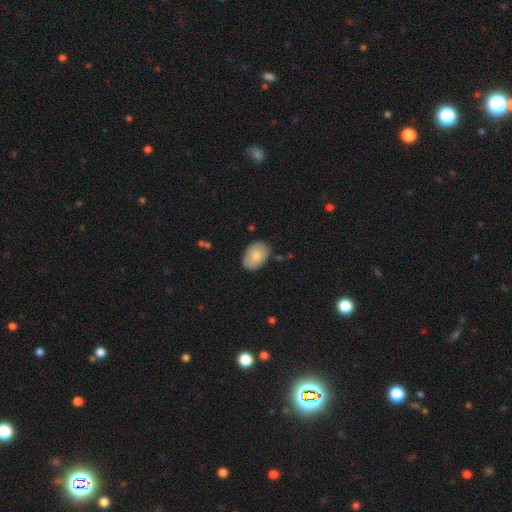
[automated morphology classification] Overall: smooth (82%). How rounded: in between (86%). Merging: none (83%).